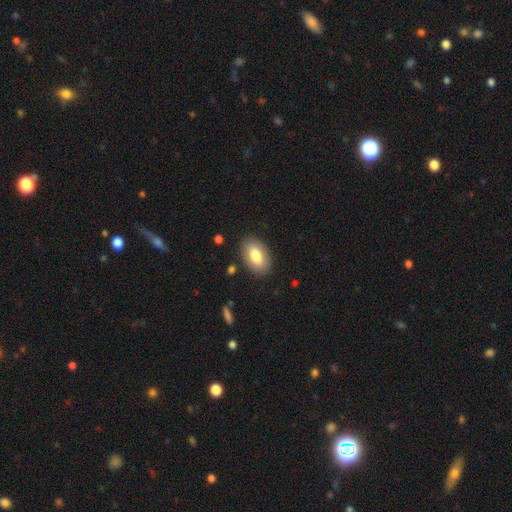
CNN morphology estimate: A smooth galaxy with no disk features (78%) that is in between round and cigar-shaped (93%). Merging: none (86%).